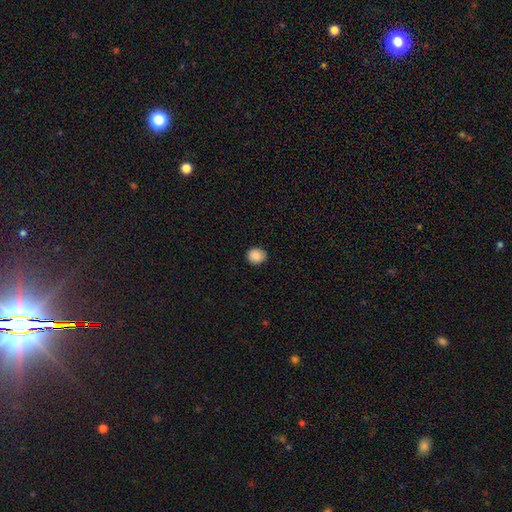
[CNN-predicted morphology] This is clearly a smooth galaxy (88%). How rounded: clearly round (81%). Merging: clearly none (88%).